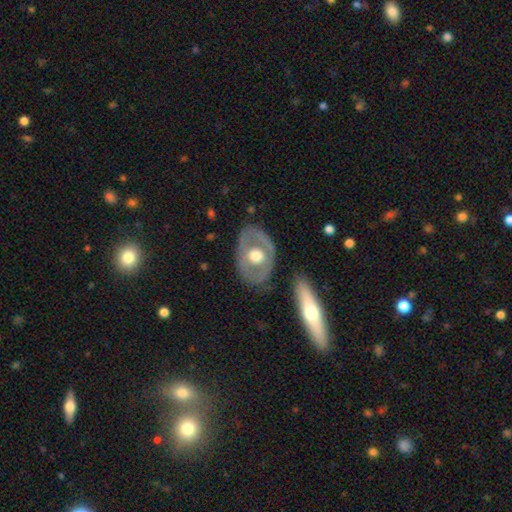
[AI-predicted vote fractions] This is possibly a featured or disk galaxy (57%). It is clearly not viewed edge-on (90%). Bar: clearly no (87%). Spiral arm pattern: clearly no (85%). Central bulge: possibly moderate (56%). Merging: likely none (77%).